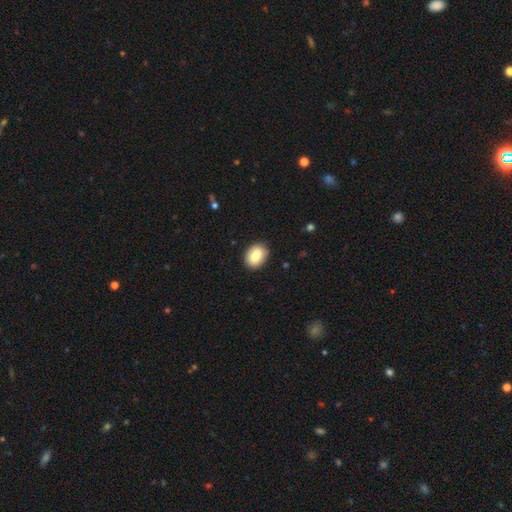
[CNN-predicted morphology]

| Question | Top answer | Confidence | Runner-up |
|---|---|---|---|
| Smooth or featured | smooth | 84% | featured or disk (9%) |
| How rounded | in between | 70% | round (29%) |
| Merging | none | 88% | minor disturbance (9%) |